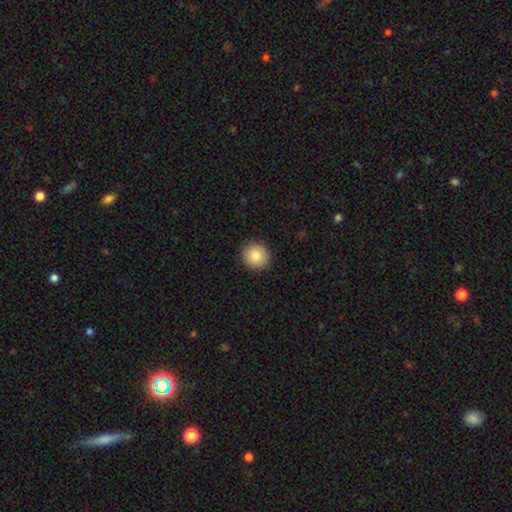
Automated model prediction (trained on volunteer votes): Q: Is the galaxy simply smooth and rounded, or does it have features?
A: smooth — 84%.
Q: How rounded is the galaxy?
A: round — 91%.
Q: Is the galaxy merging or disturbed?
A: none — 90%.